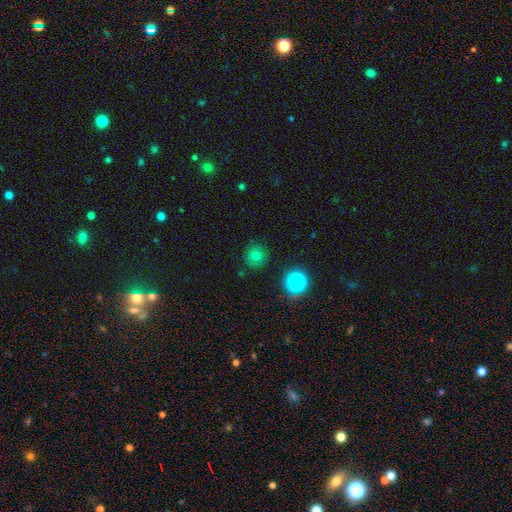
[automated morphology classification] type=smooth (72%); roundness=round (94%); merging=none (89%).